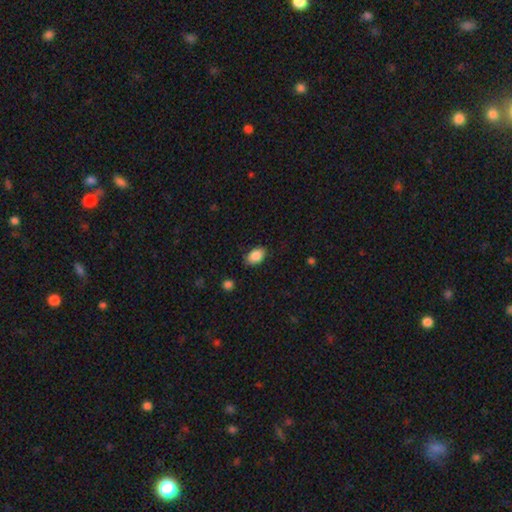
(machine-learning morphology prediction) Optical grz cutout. It shows a smooth galaxy with no disk features (87%) that is in between round and cigar-shaped (88%). Merging: none (83%).